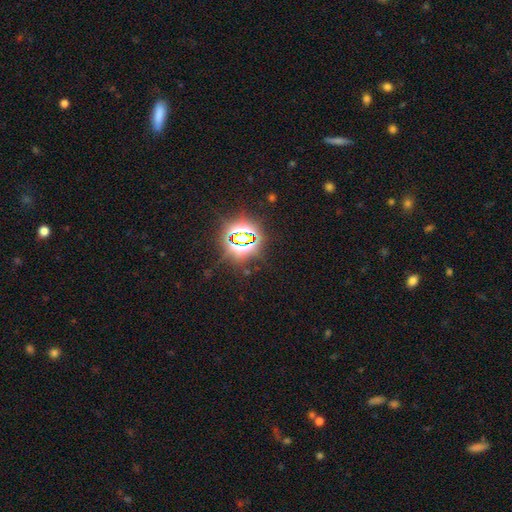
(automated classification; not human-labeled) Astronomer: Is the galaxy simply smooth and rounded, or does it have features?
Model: star or artifact — 80%.